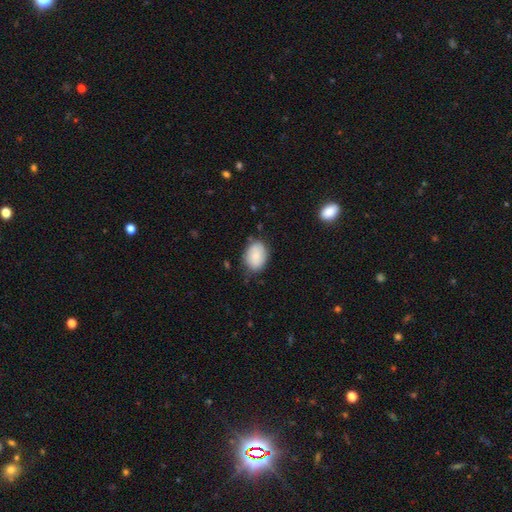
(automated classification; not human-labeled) smooth_or_featured: smooth (p=0.83) [alt: featured or disk p=0.10]
how_rounded: in between (p=0.75) [alt: round p=0.24]
merging: none (p=0.73) [alt: minor disturbance p=0.21]